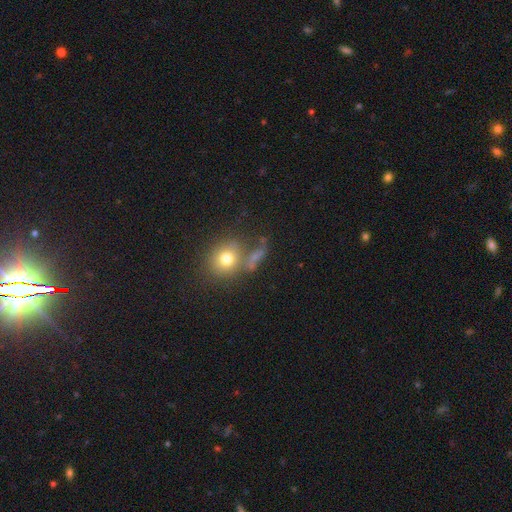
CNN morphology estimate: smooth_or_featured: smooth (p=0.58) [alt: star or artifact p=0.22]
how_rounded: round (p=0.63) [alt: in between p=0.31]
merging: none (p=0.53) [alt: merger p=0.22]